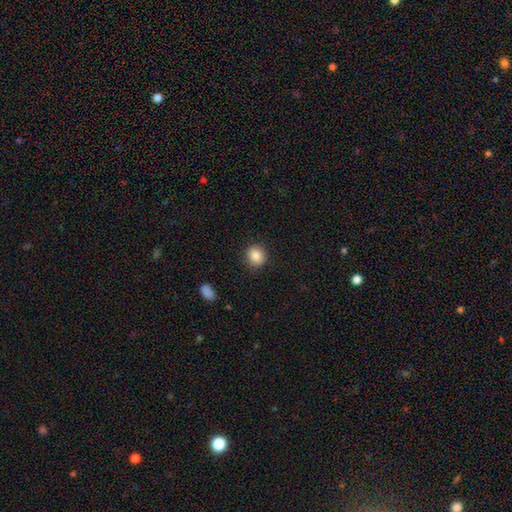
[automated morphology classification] This is clearly a smooth galaxy (86%). How rounded: likely round (74%). Merging: clearly none (88%).